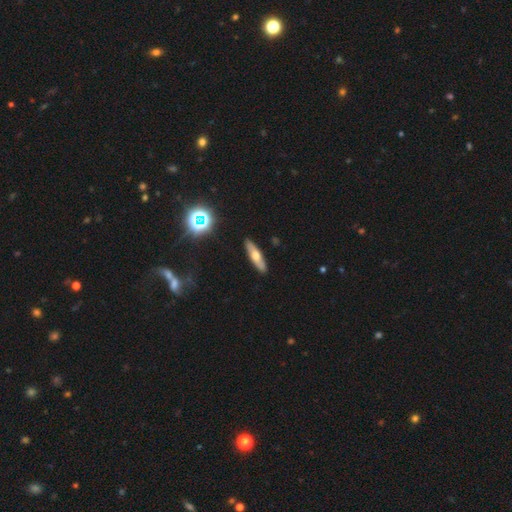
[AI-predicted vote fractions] Overall: smooth (50%; featured or disk 42%). Merging: none (89%).